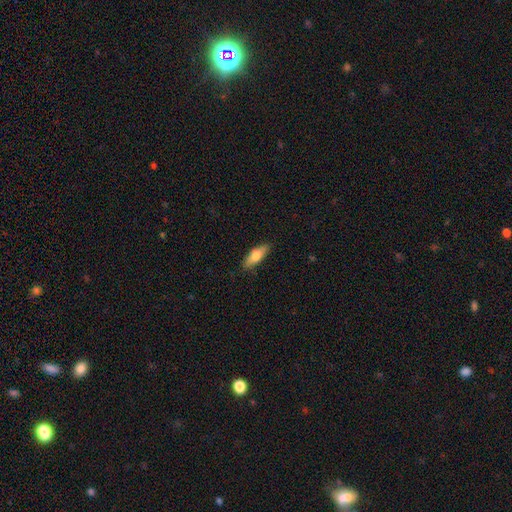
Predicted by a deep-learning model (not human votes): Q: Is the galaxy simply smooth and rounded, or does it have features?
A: smooth — 68%.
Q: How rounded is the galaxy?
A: in between — 56%.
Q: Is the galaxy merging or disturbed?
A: none — 86%.